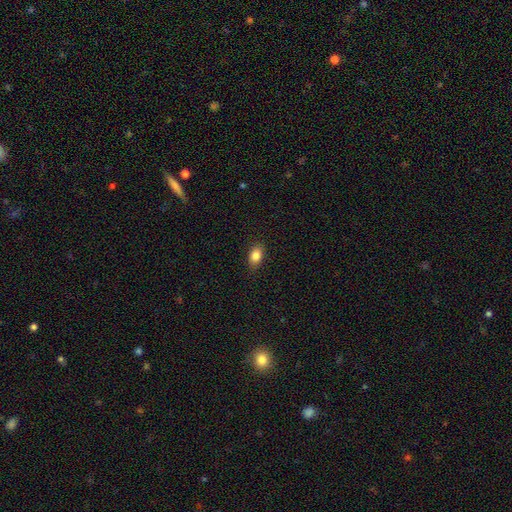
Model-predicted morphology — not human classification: Smooth or featured? smooth (84%)
How rounded? in between (83%)
Merging? none (86%)